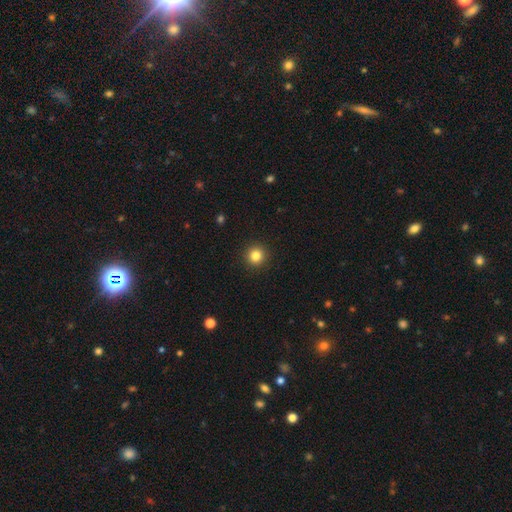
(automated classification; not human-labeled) A smooth galaxy with no disk features (84%) that is round (95%). Merging: none (93%).